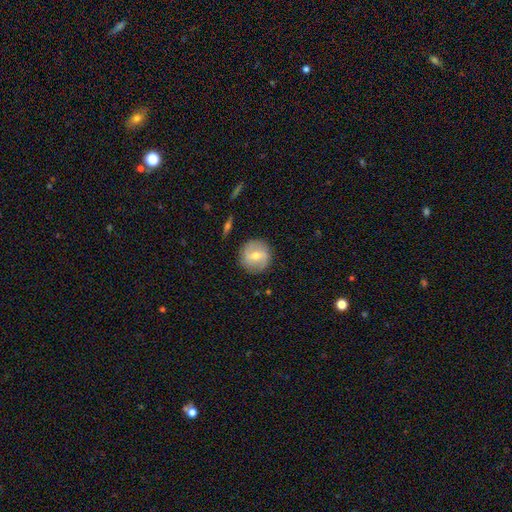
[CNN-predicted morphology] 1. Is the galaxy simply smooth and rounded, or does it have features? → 52% featured or disk, 40% smooth, 7% star or artifact.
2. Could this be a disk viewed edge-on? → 96% no, 4% yes.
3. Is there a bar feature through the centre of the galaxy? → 50% weak, 26% strong, 25% no.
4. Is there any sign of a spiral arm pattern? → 69% yes, 31% no.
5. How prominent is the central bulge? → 64% moderate, 31% small, 3% large, 1% none, 1% dominant.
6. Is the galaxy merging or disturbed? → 87% none, 9% minor disturbance, 3% major disturbance, 1% merger.